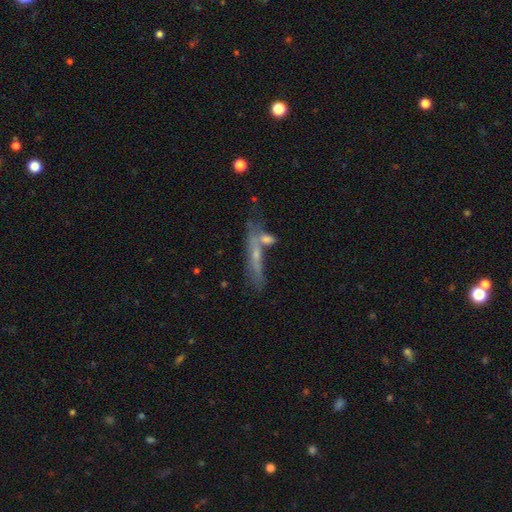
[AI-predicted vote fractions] The model was most divided on "smooth or featured": featured or disk: 52%, smooth: 38%, star or artifact: 10%. Remaining: edge-on disk — yes (72%); merging — none (50%).